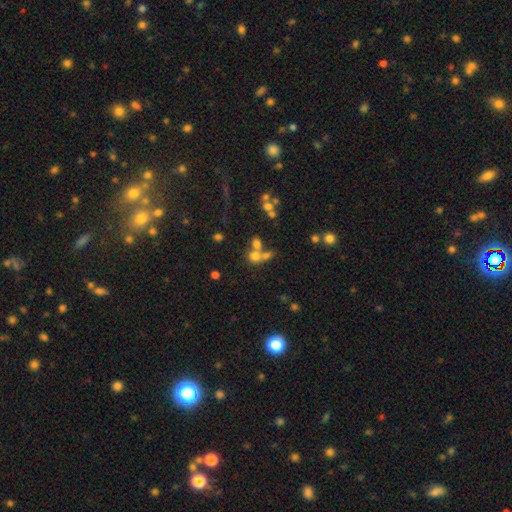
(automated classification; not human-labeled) Smooth or featured: smooth — 60% (star or artifact — 21%)
How rounded: round — 78% (in between — 20%)
Merging: merger — 49% (none — 37%)